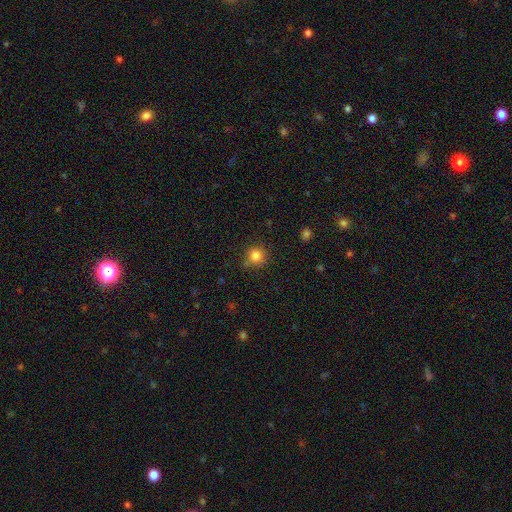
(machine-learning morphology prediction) This is clearly a smooth galaxy (83%). How rounded: clearly round (93%). Merging: clearly none (81%).